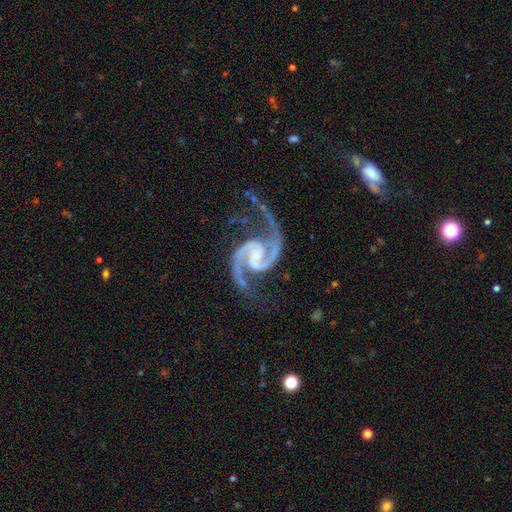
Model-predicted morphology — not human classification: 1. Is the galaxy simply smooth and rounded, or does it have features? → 95% featured or disk, 3% star or artifact, 2% smooth.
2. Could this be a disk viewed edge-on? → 99% no, 1% yes.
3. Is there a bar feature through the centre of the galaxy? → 45% no, 38% weak, 16% strong.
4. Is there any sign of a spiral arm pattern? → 99% yes, 1% no.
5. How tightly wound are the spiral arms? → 66% medium, 18% loose, 15% tight.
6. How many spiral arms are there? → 94% 2, 1% 3, 1% can't tell, 1% 1, 1% 4, 1% more than 4.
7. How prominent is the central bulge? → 70% small, 23% moderate, 5% none, 1% large, 1% dominant.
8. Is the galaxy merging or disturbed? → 67% none, 18% minor disturbance, 12% major disturbance, 3% merger.